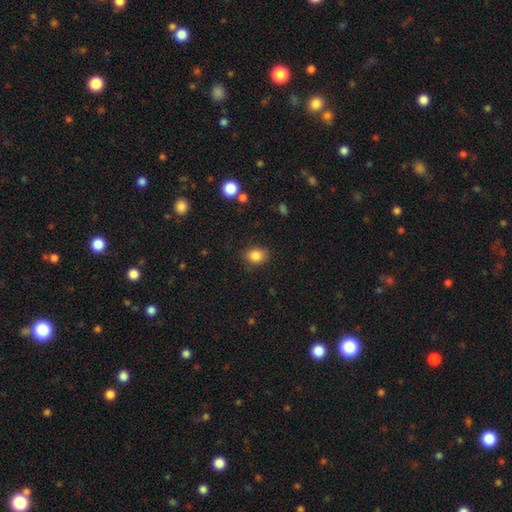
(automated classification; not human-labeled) smooth_or_featured: smooth (p=0.85) [alt: star or artifact p=0.10]
how_rounded: in between (p=0.51) [alt: round p=0.48]
merging: none (p=0.81) [alt: minor disturbance p=0.14]